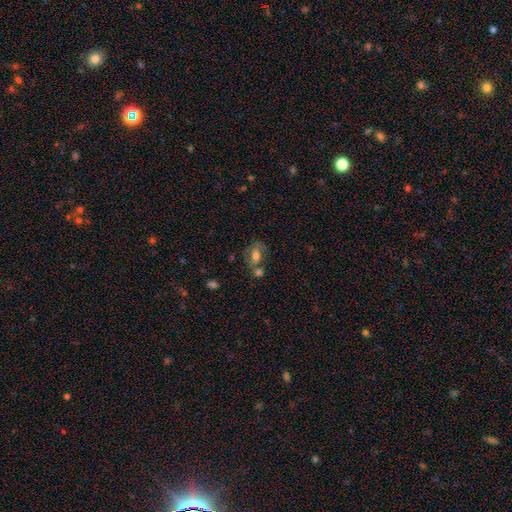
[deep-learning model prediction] Smooth or featured?
  - smooth: 55% *
  - featured or disk: 35%
  - star or artifact: 10%
How rounded?
  - in between: 74% *
  - round: 24%
  - cigar-shaped: 2%
Merging?
  - none: 41% *
  - merger: 31%
  - minor disturbance: 18%
  - major disturbance: 10%